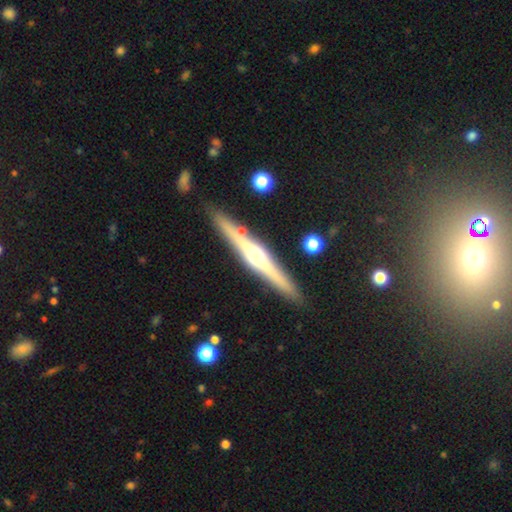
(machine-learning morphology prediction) Overall: featured or disk (75%). Edge-on disk: yes (98%). Edge-on bulge: rounded (87%). Merging: none (88%).